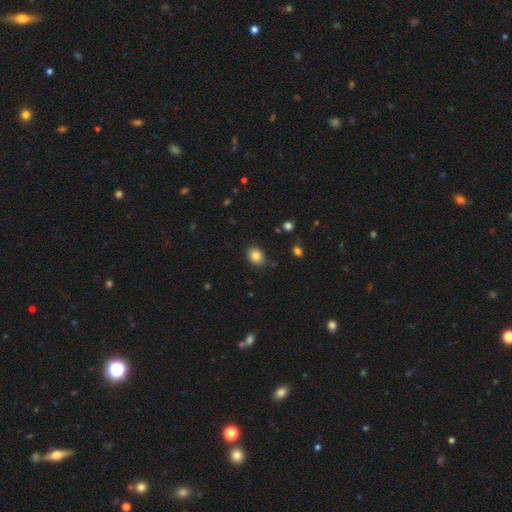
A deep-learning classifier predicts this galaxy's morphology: smooth-or-featured: smooth: 84% | star or artifact: 9% | featured or disk: 7%
  how-rounded: in between: 62% | round: 37% | cigar-shaped: 1%
  merging: none: 87% | minor disturbance: 10% | major disturbance: 2% | merger: 2%